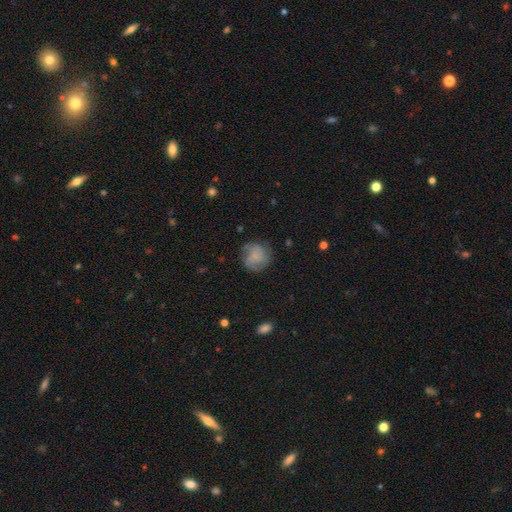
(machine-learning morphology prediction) type=smooth (61%); roundness=round (85%); merging=none (69%).